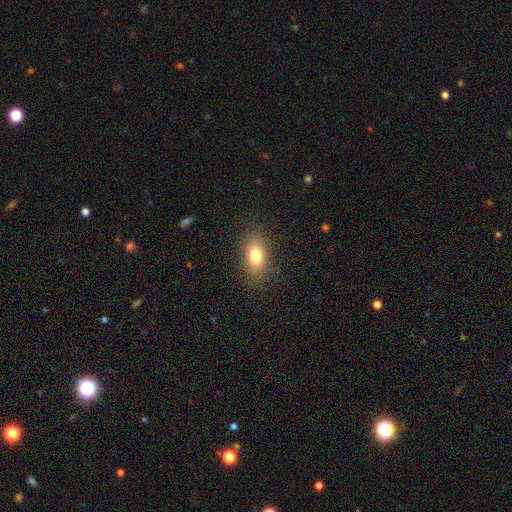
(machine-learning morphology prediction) Smooth or featured? smooth (78%)
How rounded? in between (84%)
Merging? none (85%)